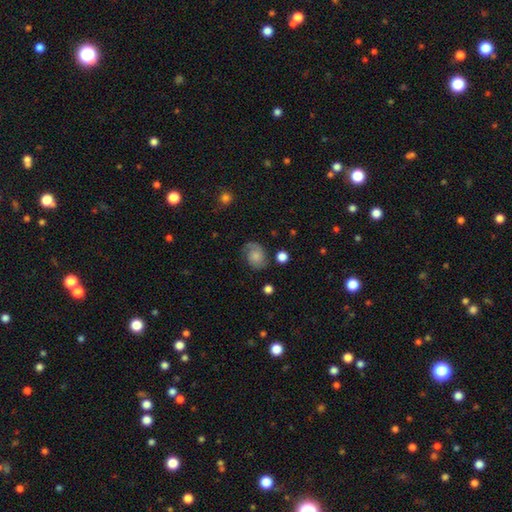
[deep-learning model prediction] This appears to be a featured or disk galaxy (48%). Merging: none (62%).